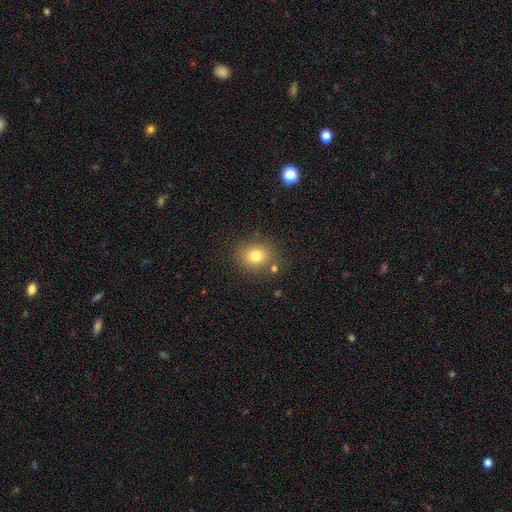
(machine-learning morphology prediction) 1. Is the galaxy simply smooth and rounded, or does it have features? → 77% smooth, 13% star or artifact, 10% featured or disk.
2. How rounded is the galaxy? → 71% round, 28% in between, 1% cigar-shaped.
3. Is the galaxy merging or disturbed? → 80% none, 11% minor disturbance, 6% merger, 4% major disturbance.